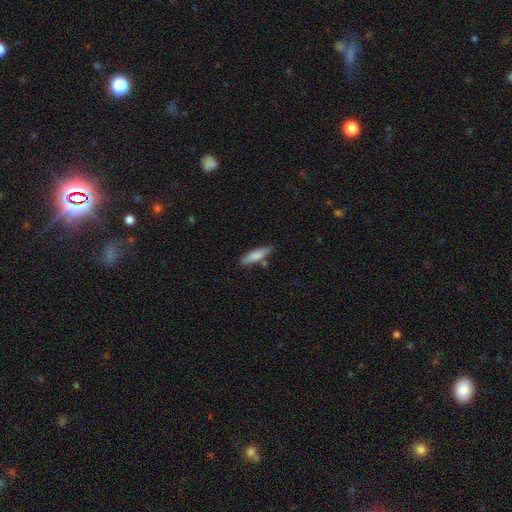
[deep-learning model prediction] Q: Smooth or featured?
A: smooth (79%); runner-up: featured or disk (16%)
Q: How rounded?
A: cigar-shaped (67%); runner-up: in between (31%)
Q: Merging?
A: none (76%); runner-up: minor disturbance (14%)